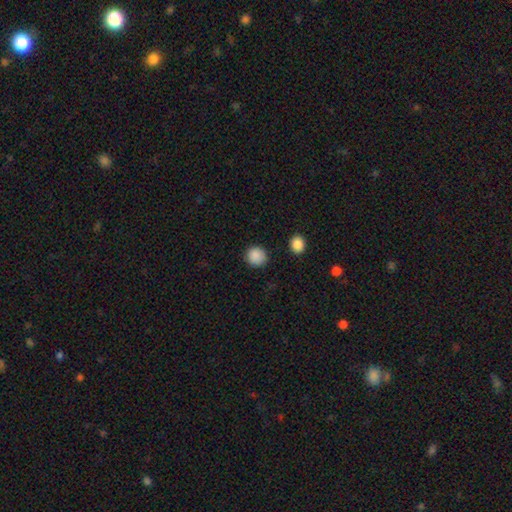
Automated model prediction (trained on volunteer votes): smooth-or-featured: smooth: 89% | star or artifact: 9% | featured or disk: 3%
  how-rounded: round: 92% | in between: 7% | cigar-shaped: 1%
  merging: none: 90% | minor disturbance: 6% | major disturbance: 2% | merger: 2%